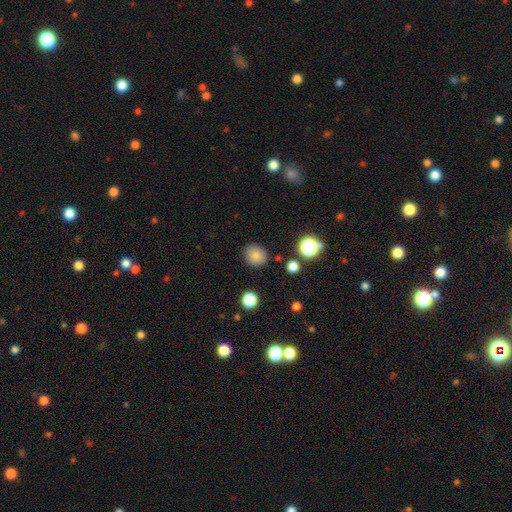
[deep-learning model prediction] A smooth galaxy with no disk features (82%) that is round (76%).

Vote fractions:
- Smooth or featured? smooth: 82% / star or artifact: 13% / featured or disk: 6%
- How rounded? round: 76% / in between: 23% / cigar-shaped: 1%
- Merging? none: 84% / minor disturbance: 11% / major disturbance: 3% / merger: 2%